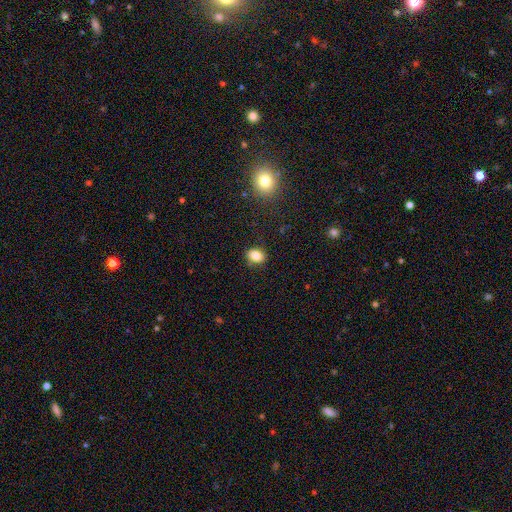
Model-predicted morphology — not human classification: smooth-or-featured: smooth: 83% | star or artifact: 10% | featured or disk: 7%
  how-rounded: in between: 58% | round: 41% | cigar-shaped: 1%
  merging: none: 83% | minor disturbance: 12% | major disturbance: 3% | merger: 2%